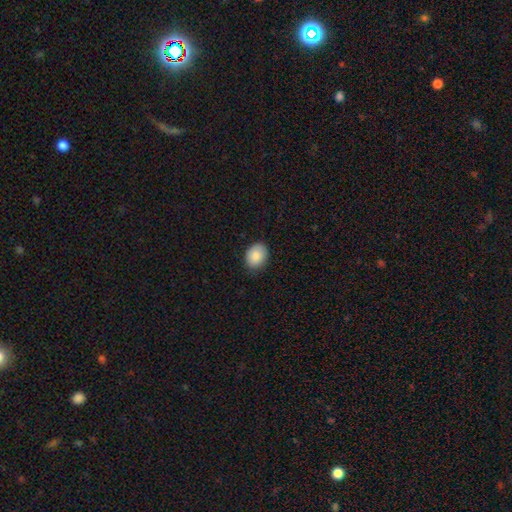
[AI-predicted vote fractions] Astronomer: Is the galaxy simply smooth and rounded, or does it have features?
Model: smooth — 87%.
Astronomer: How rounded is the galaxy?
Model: in between — 58% (runner-up: round, 42%).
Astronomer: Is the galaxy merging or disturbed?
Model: none — 84%.